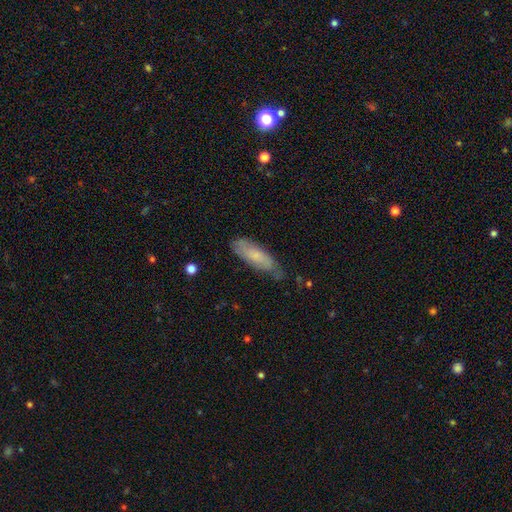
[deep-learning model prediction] Q: Smooth or featured?
A: smooth (63%); runner-up: featured or disk (30%)
Q: How rounded?
A: in between (53%); runner-up: cigar-shaped (45%)
Q: Merging?
A: none (61%); runner-up: minor disturbance (31%)